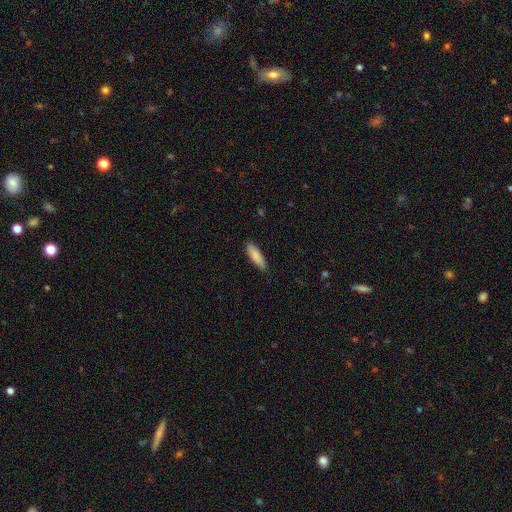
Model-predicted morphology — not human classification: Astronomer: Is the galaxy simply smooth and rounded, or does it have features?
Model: smooth — 86%.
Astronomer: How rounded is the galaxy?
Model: cigar-shaped — 58% (runner-up: in between, 40%).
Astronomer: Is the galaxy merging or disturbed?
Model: none — 84%.